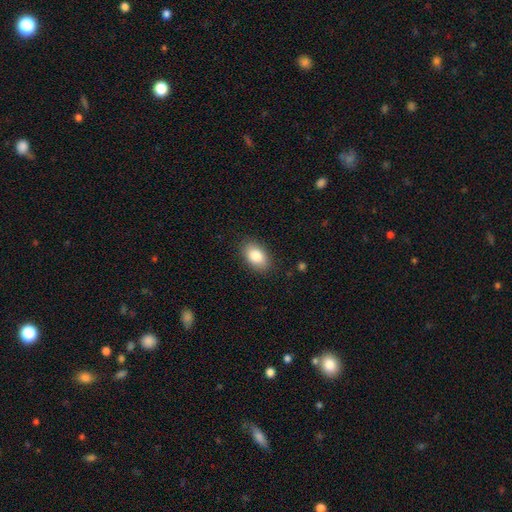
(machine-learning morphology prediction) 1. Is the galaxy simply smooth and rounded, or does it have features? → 86% smooth, 7% star or artifact, 7% featured or disk.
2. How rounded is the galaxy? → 91% in between, 7% round, 2% cigar-shaped.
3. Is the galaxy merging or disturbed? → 86% none, 10% minor disturbance, 3% major disturbance, 1% merger.